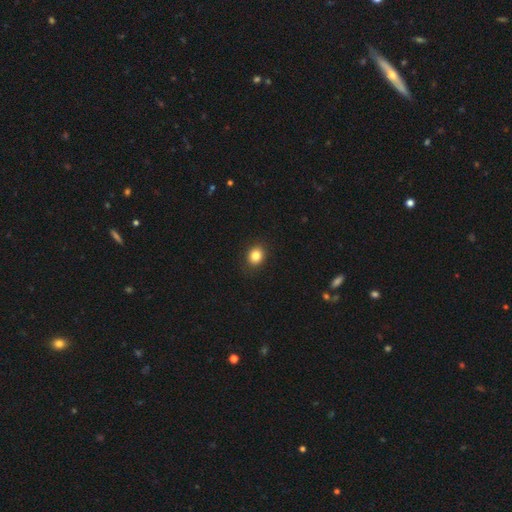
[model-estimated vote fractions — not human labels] A smooth galaxy with no disk features (84%) that is round (62%).

Vote fractions:
- Smooth or featured? smooth: 84% / star or artifact: 10% / featured or disk: 6%
- How rounded? round: 62% / in between: 37% / cigar-shaped: 1%
- Merging? none: 89% / minor disturbance: 8% / major disturbance: 2% / merger: 1%